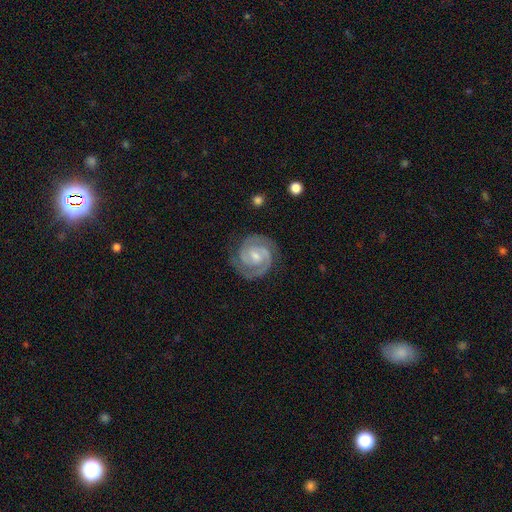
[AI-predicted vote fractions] featured or disk 92%, smooth 4%, star or artifact 4%. Down the decision tree: edge-on disk — no (98%); bar — weak (50%); spiral arms — yes (99%); spiral arm count — 2 (89%); spiral winding — tight (69%); bulge size — small (54%); merging — none (82%).